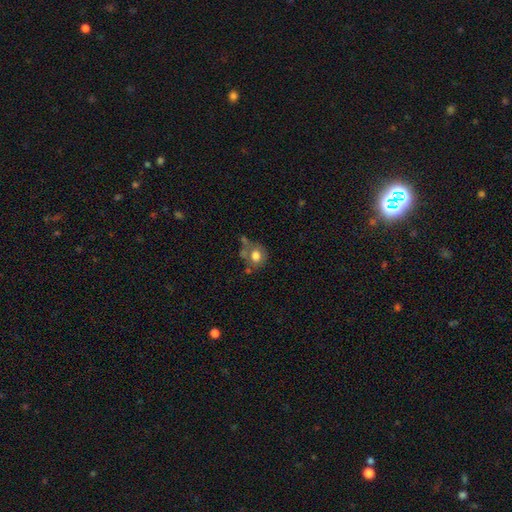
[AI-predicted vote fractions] A smooth galaxy with no disk features (69%) that is round (71%). Merging: none (44%).